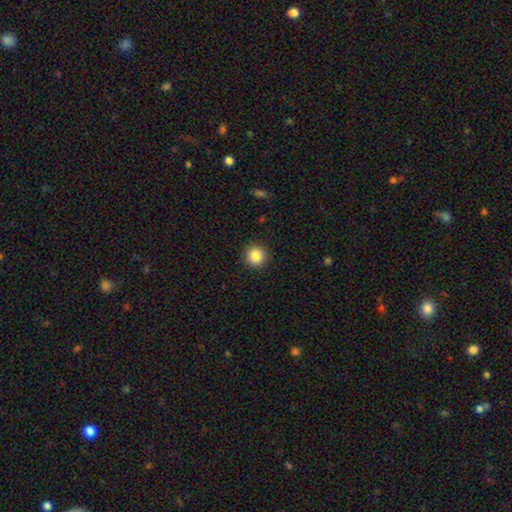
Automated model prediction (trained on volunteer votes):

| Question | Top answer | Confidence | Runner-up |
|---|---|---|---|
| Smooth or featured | smooth | 86% | star or artifact (10%) |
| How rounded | round | 95% | in between (4%) |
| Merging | none | 92% | minor disturbance (5%) |